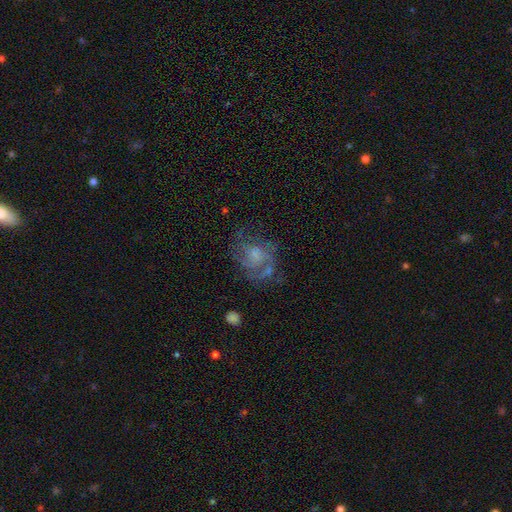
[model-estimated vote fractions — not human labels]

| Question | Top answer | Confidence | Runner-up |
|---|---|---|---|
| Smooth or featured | featured or disk | 69% | smooth (21%) |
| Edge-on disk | no | 98% | yes (2%) |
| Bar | no | 70% | weak (26%) |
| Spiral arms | yes | 80% | no (20%) |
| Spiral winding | medium | 45% | tight (32%) |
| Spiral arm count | can't tell | 32% | 3 (24%) |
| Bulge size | small | 38% | moderate (28%) |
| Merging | none | 52% | major disturbance (24%) |